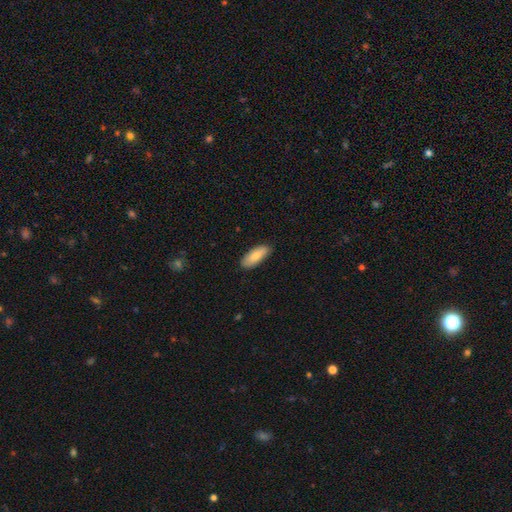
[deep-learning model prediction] Smooth or featured: smooth — 80% (featured or disk — 14%)
How rounded: in between — 77% (cigar-shaped — 22%)
Merging: none — 85% (minor disturbance — 12%)